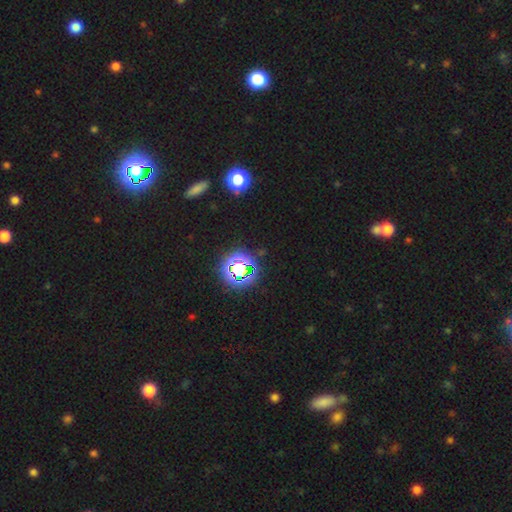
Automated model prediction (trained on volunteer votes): A star or artifact, not a galaxy (77%).

Vote fractions:
- Smooth or featured? star or artifact: 77% / smooth: 15% / featured or disk: 7%